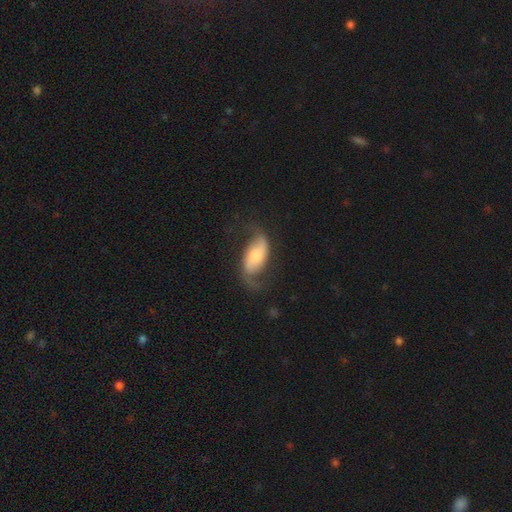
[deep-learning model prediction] Overall: featured or disk (71%). Edge-on disk: no (93%). Bar: no (46%; weak 33%). Spiral arms: yes (90%). Spiral arm count: 2 (89%). Spiral winding: loose (67%). Bulge size: moderate (53%; small 32%). Merging: none (64%).